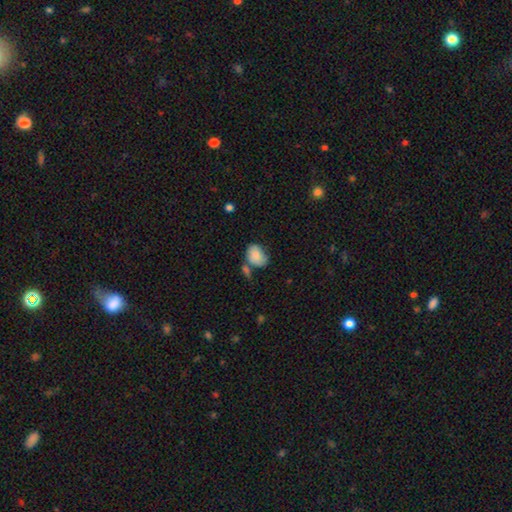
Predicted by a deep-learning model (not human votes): A smooth galaxy with no disk features (82%) that is in between round and cigar-shaped (77%).

Vote fractions:
- Smooth or featured? smooth: 82% / featured or disk: 11% / star or artifact: 7%
- How rounded? in between: 77% / round: 22% / cigar-shaped: 1%
- Merging? none: 42% / minor disturbance: 27% / merger: 22% / major disturbance: 10%